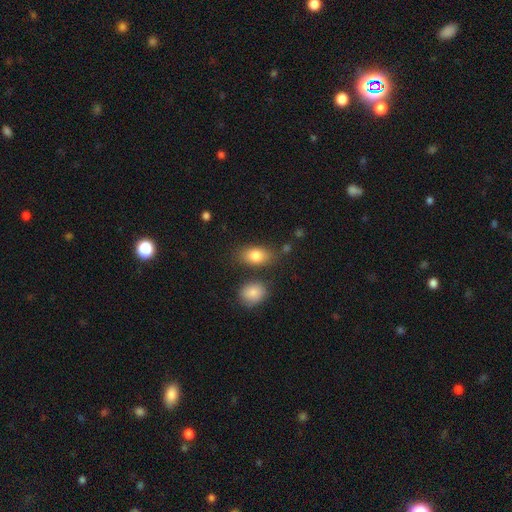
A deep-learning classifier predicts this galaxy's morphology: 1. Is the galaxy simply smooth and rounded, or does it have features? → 82% smooth, 10% featured or disk, 8% star or artifact.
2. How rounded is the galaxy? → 87% in between, 10% round, 3% cigar-shaped.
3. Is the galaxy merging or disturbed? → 73% none, 13% minor disturbance, 9% merger, 4% major disturbance.